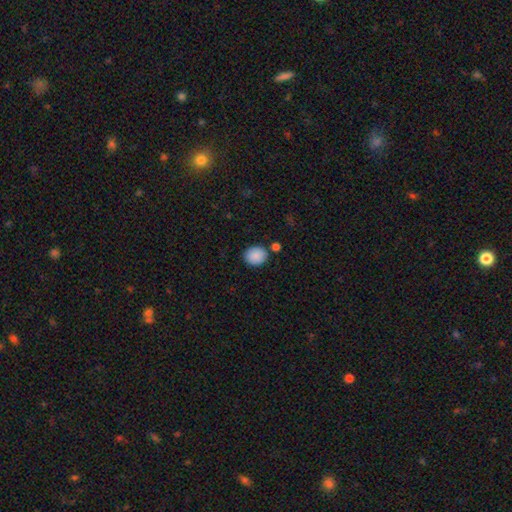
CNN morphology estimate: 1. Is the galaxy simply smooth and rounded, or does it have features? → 89% smooth, 8% star or artifact, 3% featured or disk.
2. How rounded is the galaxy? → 60% round, 39% in between, 1% cigar-shaped.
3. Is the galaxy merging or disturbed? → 82% none, 9% minor disturbance, 6% merger, 3% major disturbance.